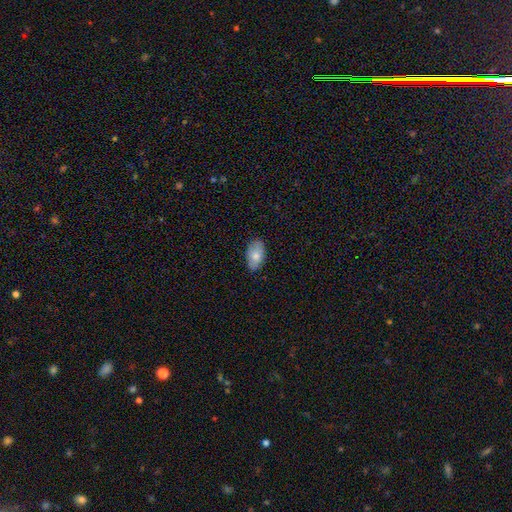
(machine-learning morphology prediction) Overall: smooth (76%). How rounded: in between (93%). Merging: none (81%).